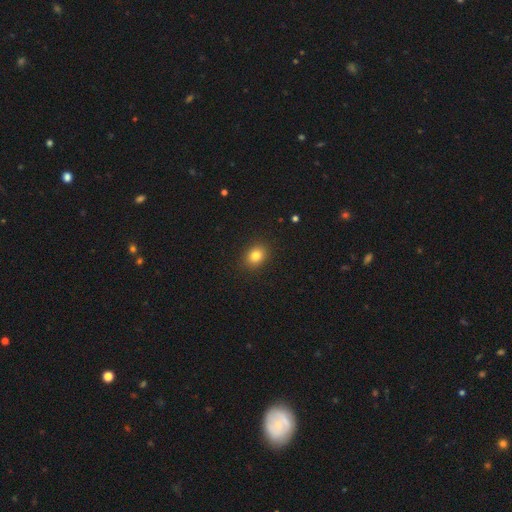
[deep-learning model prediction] Overall: smooth (82%). How rounded: in between (53%; round 46%). Merging: none (90%).